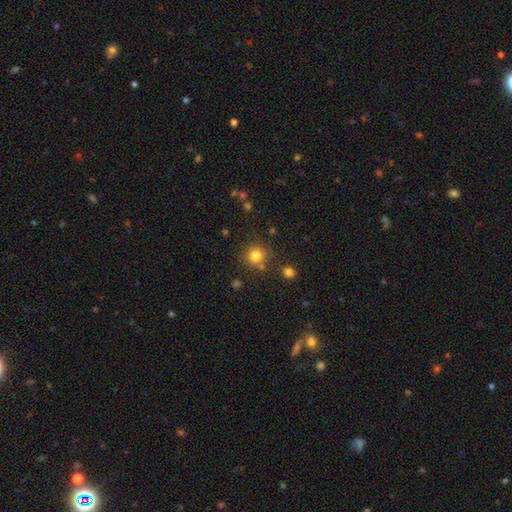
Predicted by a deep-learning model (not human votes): This is clearly a smooth galaxy (80%). How rounded: clearly round (93%). Merging: likely none (80%).